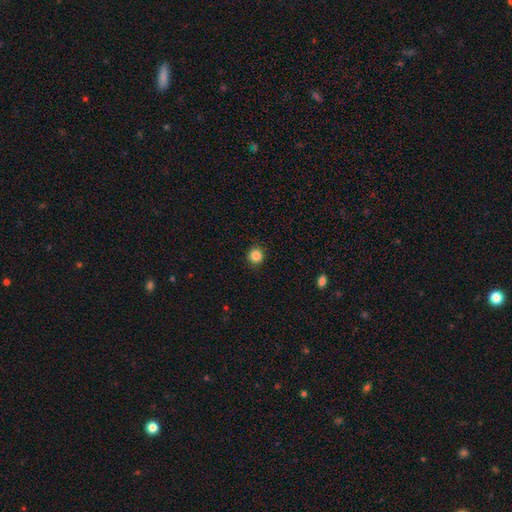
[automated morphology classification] Smooth or featured?
  - smooth: 86% *
  - star or artifact: 11%
  - featured or disk: 3%
How rounded?
  - round: 94% *
  - in between: 5%
  - cigar-shaped: 1%
Merging?
  - none: 91% *
  - minor disturbance: 6%
  - major disturbance: 2%
  - merger: 1%